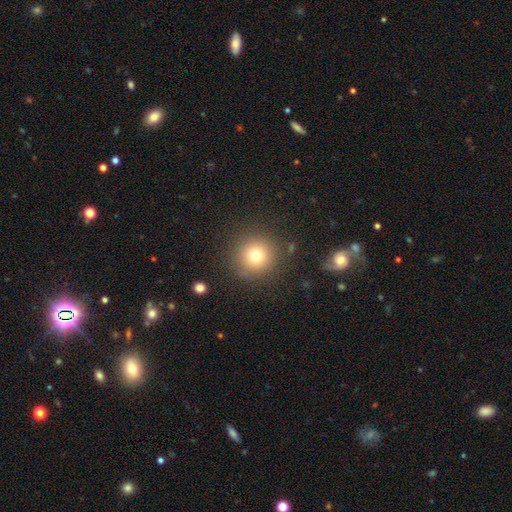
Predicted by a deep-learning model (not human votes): smooth-or-featured: smooth: 75% | star or artifact: 15% | featured or disk: 10%
  how-rounded: round: 95% | in between: 4% | cigar-shaped: 1%
  merging: none: 87% | minor disturbance: 7% | major disturbance: 4% | merger: 2%